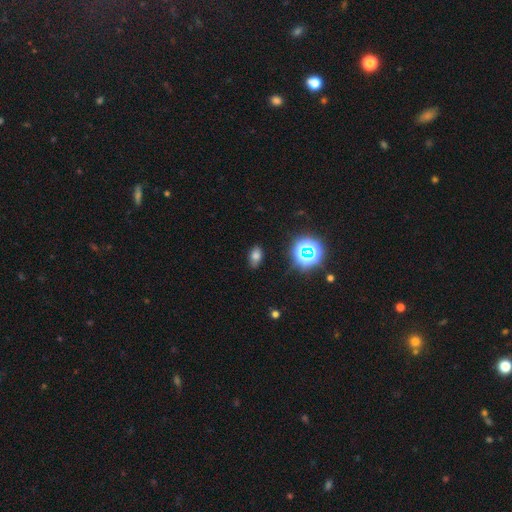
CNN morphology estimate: Smooth or featured? Predicted: smooth (p=0.68). How rounded? Predicted: in between (p=0.86). Merging? Predicted: none (p=0.79).